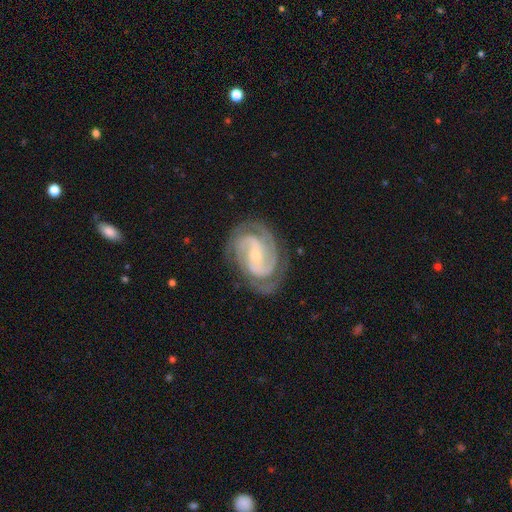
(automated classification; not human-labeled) A featured or disk galaxy (91%) with a weak bar (39%), 2 (42%) tight (58%) spiral arms (98%) and a small central bulge (71%).

Vote fractions:
- Smooth or featured? featured or disk: 91% / smooth: 5% / star or artifact: 4%
- Edge-on disk? no: 97% / yes: 3%
- Bar? weak: 39% / no: 38% / strong: 23%
- Spiral arms? yes: 98% / no: 2%
- Spiral winding? tight: 58% / medium: 36% / loose: 5%
- Spiral arm count? 2: 42% / 3: 32% / can't tell: 11% / 4: 7% / 1: 4% / more than 4: 4%
- Bulge size? small: 71% / moderate: 26% / none: 1% / large: 1% / dominant: 1%
- Merging? none: 75% / minor disturbance: 17% / major disturbance: 7% / merger: 1%